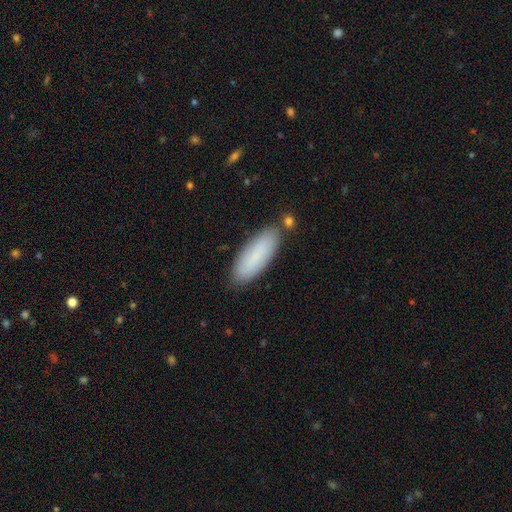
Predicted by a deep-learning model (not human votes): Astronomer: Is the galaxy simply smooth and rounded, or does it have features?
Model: smooth — 83%.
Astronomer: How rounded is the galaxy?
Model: in between — 58% (runner-up: cigar-shaped, 40%).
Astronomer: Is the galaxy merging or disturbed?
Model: none — 82%.